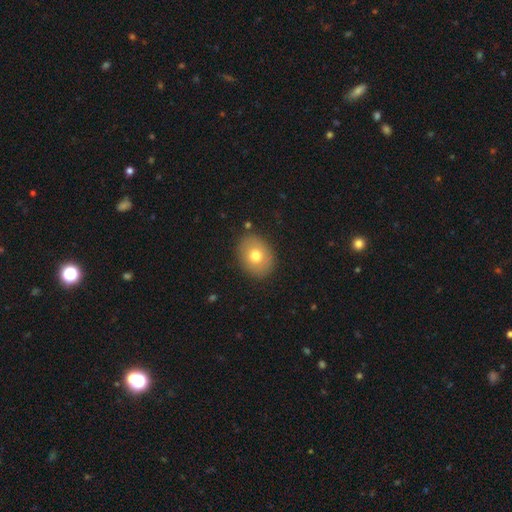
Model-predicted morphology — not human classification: smooth-or-featured: smooth: 72% | featured or disk: 20% | star or artifact: 9%
  how-rounded: in between: 54% | round: 45% | cigar-shaped: 1%
  merging: none: 85% | minor disturbance: 10% | major disturbance: 3% | merger: 2%